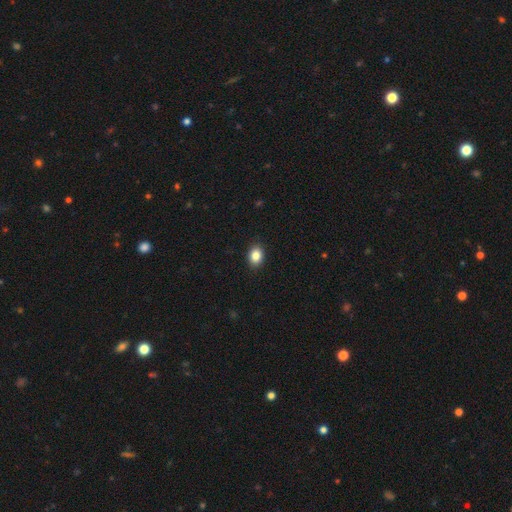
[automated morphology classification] type=smooth (86%); roundness=in between (67%); merging=none (90%).